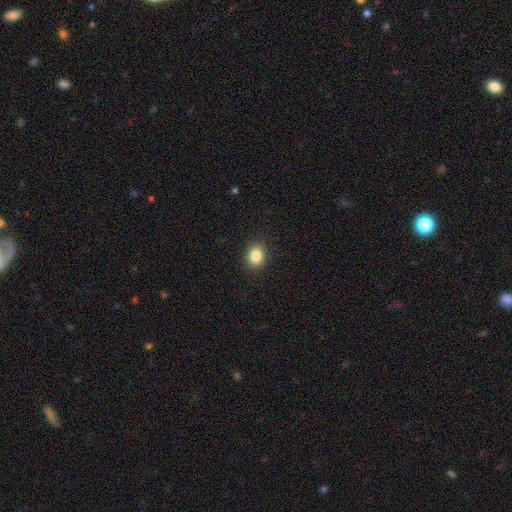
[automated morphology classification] smooth-or-featured: smooth: 85% | star or artifact: 10% | featured or disk: 5%
  how-rounded: round: 52% | in between: 47% | cigar-shaped: 1%
  merging: none: 90% | minor disturbance: 7% | major disturbance: 2% | merger: 1%